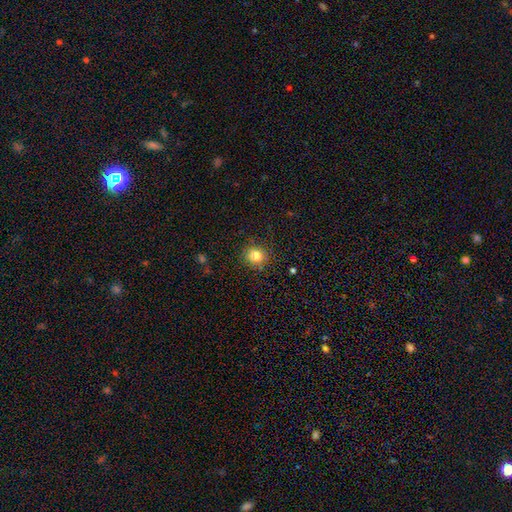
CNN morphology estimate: A smooth galaxy with no disk features (81%) that is round (83%). Merging: none (86%).